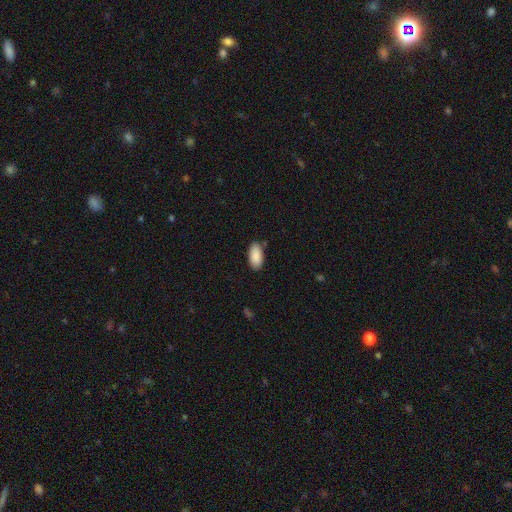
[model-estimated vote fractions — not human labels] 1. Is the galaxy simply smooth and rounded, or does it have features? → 90% smooth, 6% star or artifact, 4% featured or disk.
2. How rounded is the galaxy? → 94% in between, 4% cigar-shaped, 2% round.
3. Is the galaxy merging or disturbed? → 84% none, 11% minor disturbance, 2% major disturbance, 2% merger.